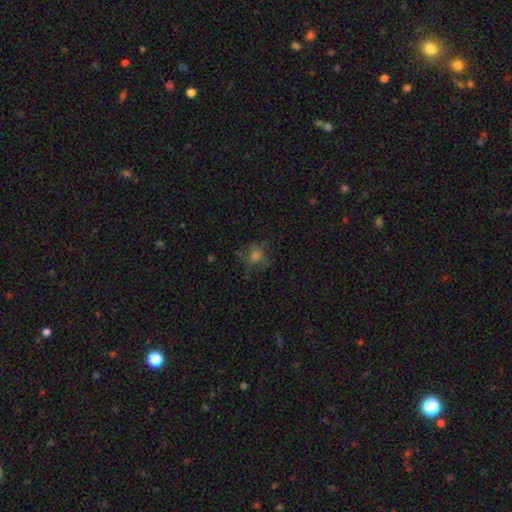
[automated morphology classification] smooth_or_featured: smooth (p=0.48) [alt: featured or disk p=0.28]
merging: none (p=0.65) [alt: minor disturbance p=0.19]